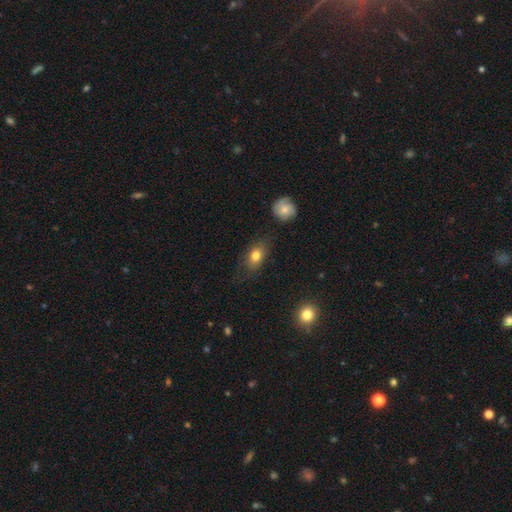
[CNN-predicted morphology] A smooth galaxy with no disk features (78%) that is in between round and cigar-shaped (78%).

Vote fractions:
- Smooth or featured? smooth: 78% / featured or disk: 13% / star or artifact: 9%
- How rounded? in between: 78% / round: 19% / cigar-shaped: 3%
- Merging? none: 67% / minor disturbance: 22% / major disturbance: 8% / merger: 3%